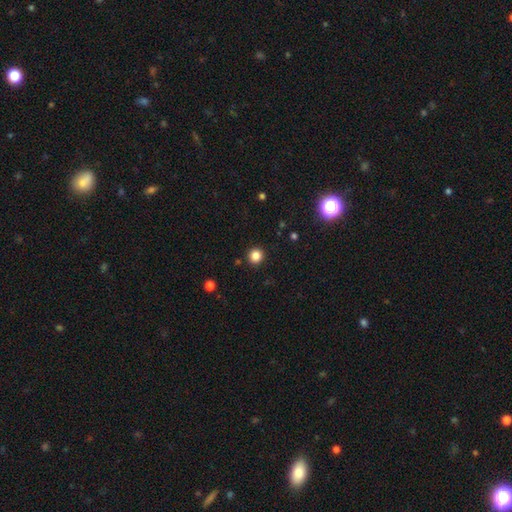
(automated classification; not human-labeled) Q: Smooth or featured?
A: smooth (84%); runner-up: star or artifact (12%)
Q: How rounded?
A: round (94%); runner-up: in between (5%)
Q: Merging?
A: none (92%); runner-up: minor disturbance (5%)